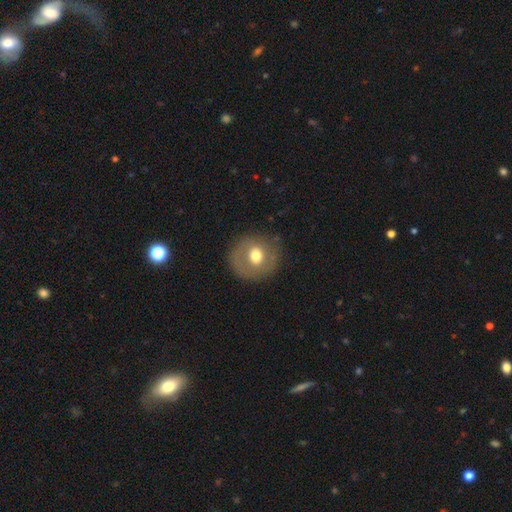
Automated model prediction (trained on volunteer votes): This appears to be a smooth galaxy with no disk features (61%) that is round (86%). Merging: none (77%).